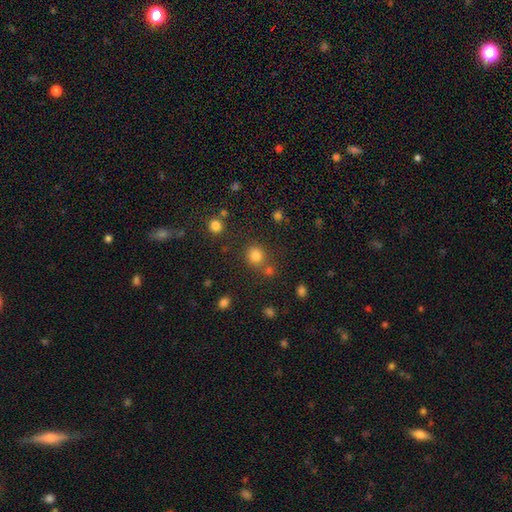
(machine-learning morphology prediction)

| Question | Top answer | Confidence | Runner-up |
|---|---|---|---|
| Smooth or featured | smooth | 80% | star or artifact (14%) |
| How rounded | round | 85% | in between (14%) |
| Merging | none | 69% | merger (17%) |